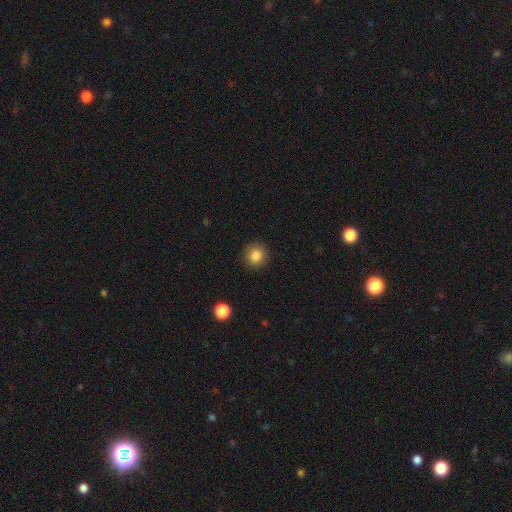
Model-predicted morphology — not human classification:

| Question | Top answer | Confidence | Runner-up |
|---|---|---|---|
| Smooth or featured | smooth | 84% | star or artifact (10%) |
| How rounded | round | 92% | in between (7%) |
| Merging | none | 91% | minor disturbance (6%) |